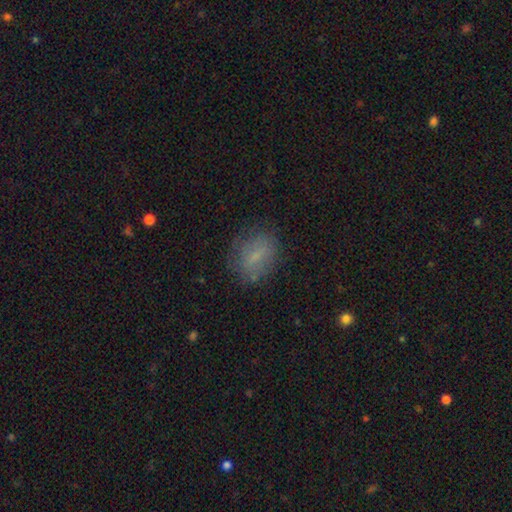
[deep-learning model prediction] Smooth or featured: smooth — 68% (featured or disk — 21%)
How rounded: in between — 62% (round — 35%)
Merging: none — 74% (minor disturbance — 17%)